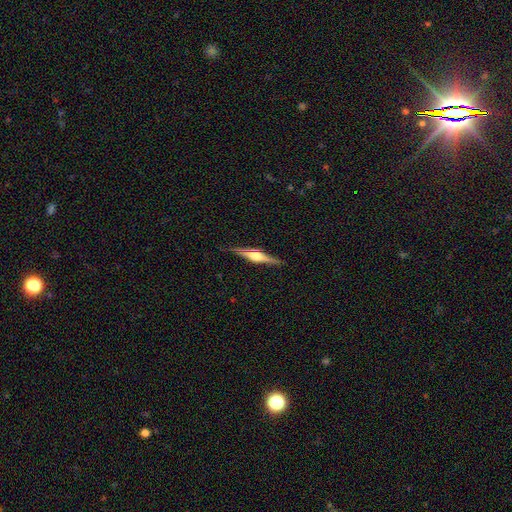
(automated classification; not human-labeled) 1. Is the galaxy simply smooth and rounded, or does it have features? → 80% featured or disk, 14% smooth, 6% star or artifact.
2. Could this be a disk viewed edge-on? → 98% yes, 2% no.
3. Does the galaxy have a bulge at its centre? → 87% rounded, 10% boxy, 3% none.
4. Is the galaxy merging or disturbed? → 89% none, 8% minor disturbance, 2% major disturbance, 1% merger.